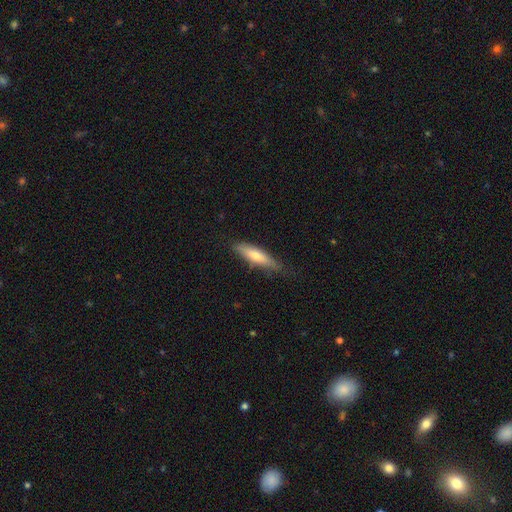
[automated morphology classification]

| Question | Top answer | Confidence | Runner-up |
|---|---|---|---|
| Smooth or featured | smooth | 64% | featured or disk (30%) |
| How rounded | cigar-shaped | 75% | in between (24%) |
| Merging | none | 75% | minor disturbance (20%) |